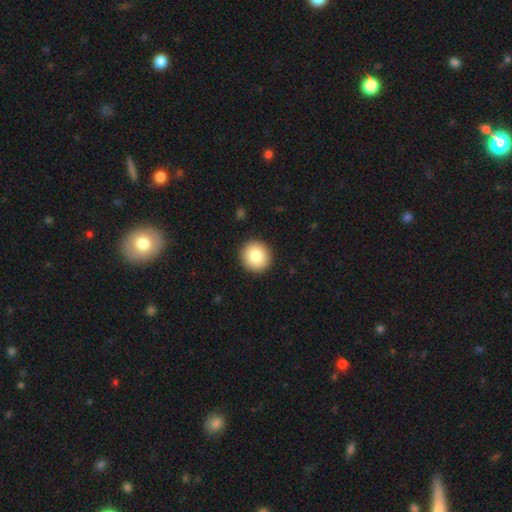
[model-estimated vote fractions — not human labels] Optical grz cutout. It shows a smooth galaxy with no disk features (83%) that is round (93%). Merging: none (92%).